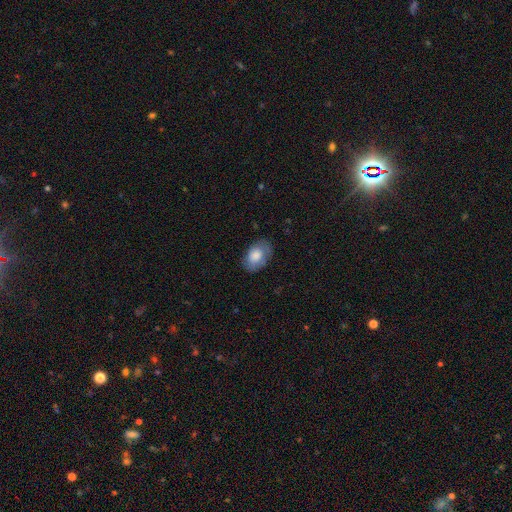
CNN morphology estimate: This appears to be a smooth galaxy with no disk features (79%) that is in between round and cigar-shaped (85%). Merging: none (72%).